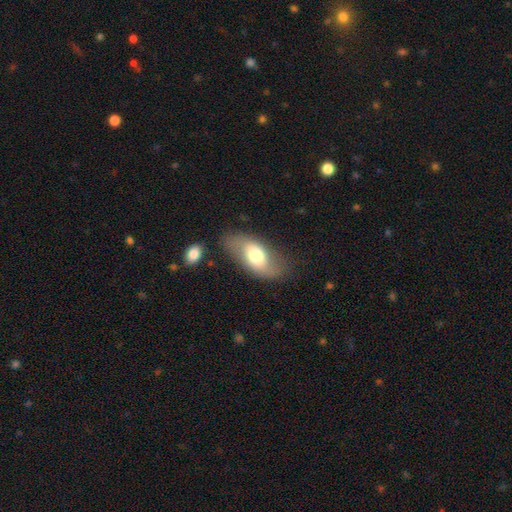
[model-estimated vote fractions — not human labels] A smooth galaxy with no disk features (60%) that is in between round and cigar-shaped (90%). Merging: none (70%).